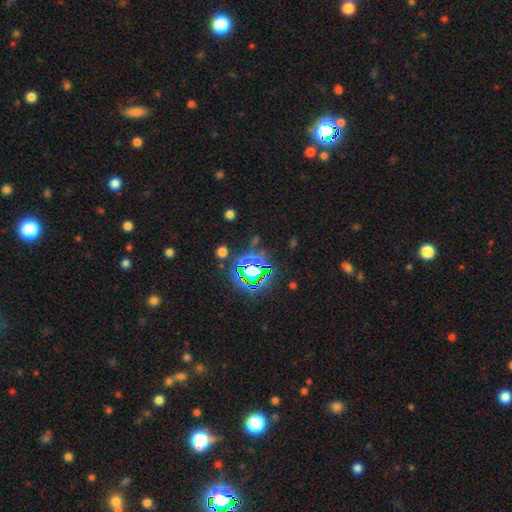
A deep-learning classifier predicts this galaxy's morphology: Smooth or featured? Predicted: star or artifact (p=0.79).